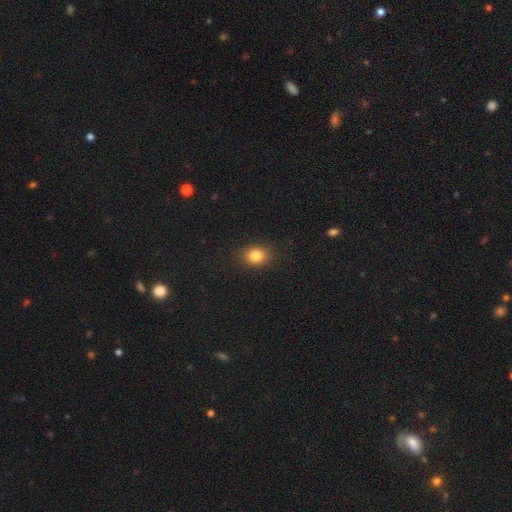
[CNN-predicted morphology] smooth_or_featured: smooth (p=0.83) [alt: star or artifact p=0.11]
how_rounded: in between (p=0.54) [alt: round p=0.45]
merging: none (p=0.88) [alt: minor disturbance p=0.09]